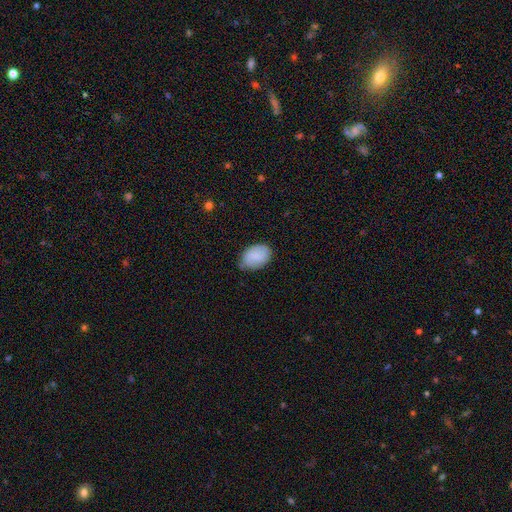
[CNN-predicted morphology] A smooth galaxy with no disk features (80%) that is in between round and cigar-shaped (82%).

Vote fractions:
- Smooth or featured? smooth: 80% / featured or disk: 13% / star or artifact: 6%
- How rounded? in between: 82% / round: 17% / cigar-shaped: 1%
- Merging? none: 71% / minor disturbance: 24% / major disturbance: 4% / merger: 2%